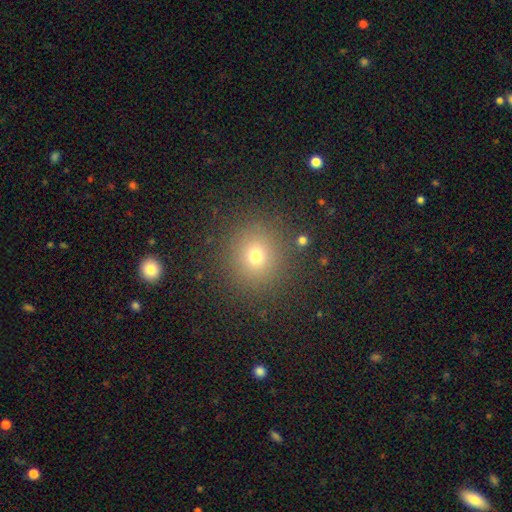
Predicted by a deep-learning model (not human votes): Smooth or featured? smooth (71%)
How rounded? round (90%)
Merging? none (88%)